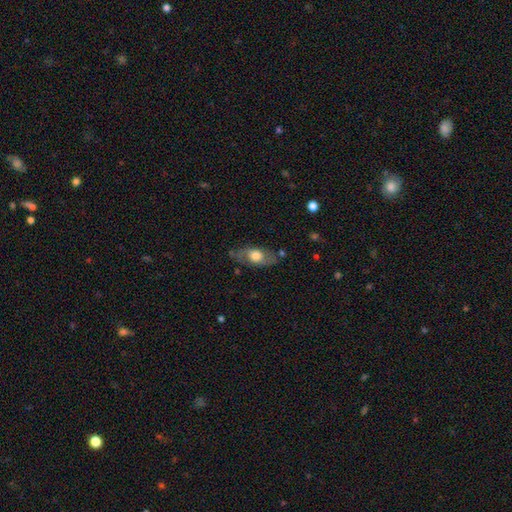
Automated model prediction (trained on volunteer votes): A featured or disk galaxy (49%).

Vote fractions:
- Smooth or featured? featured or disk: 49% / smooth: 45% / star or artifact: 6%
- Merging? none: 68% / minor disturbance: 21% / major disturbance: 8% / merger: 3%